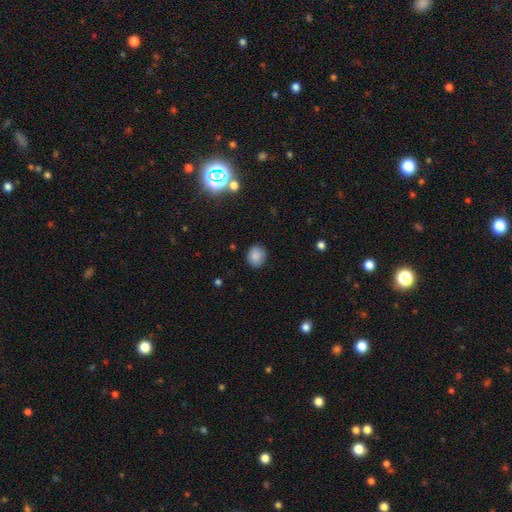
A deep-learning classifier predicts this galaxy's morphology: smooth-or-featured: smooth: 86% | star or artifact: 9% | featured or disk: 5%
  how-rounded: round: 77% | in between: 22% | cigar-shaped: 1%
  merging: none: 87% | minor disturbance: 9% | major disturbance: 2% | merger: 1%